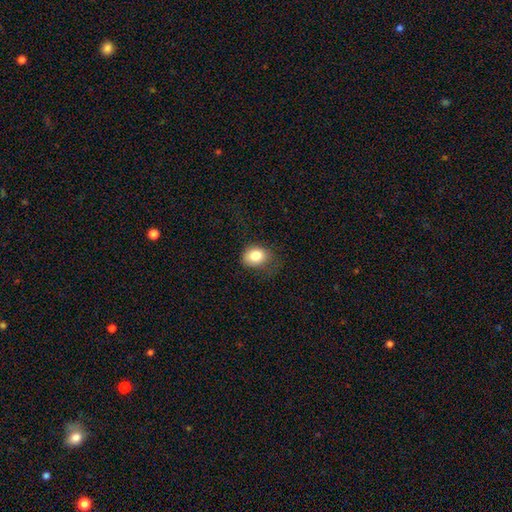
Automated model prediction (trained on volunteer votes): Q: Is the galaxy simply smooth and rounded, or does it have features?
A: smooth — 82%.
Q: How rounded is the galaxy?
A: in between — 52%.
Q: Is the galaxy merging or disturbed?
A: none — 62%.